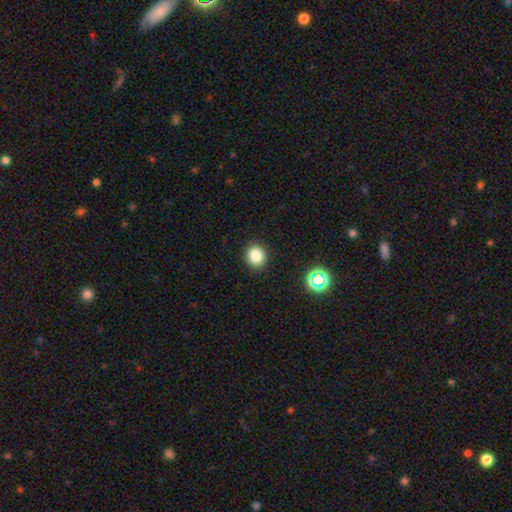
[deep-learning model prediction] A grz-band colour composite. It shows a smooth galaxy with no disk features (83%) that is round (78%). Merging: none (91%).